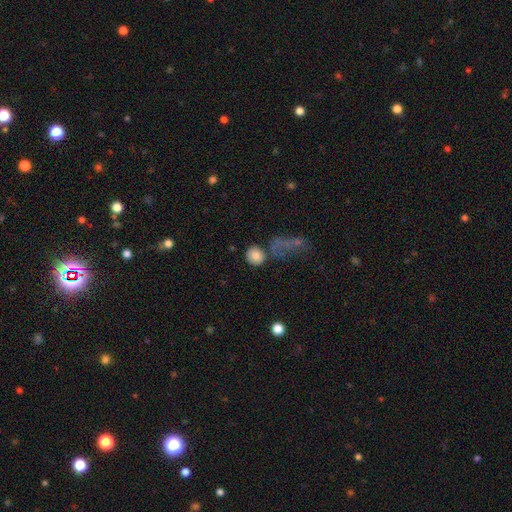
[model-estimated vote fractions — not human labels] The model was most divided on "merging": none: 66%, minor disturbance: 13%, merger: 13%, major disturbance: 8%. More confident: how rounded — round (85%); smooth or featured — smooth (83%).